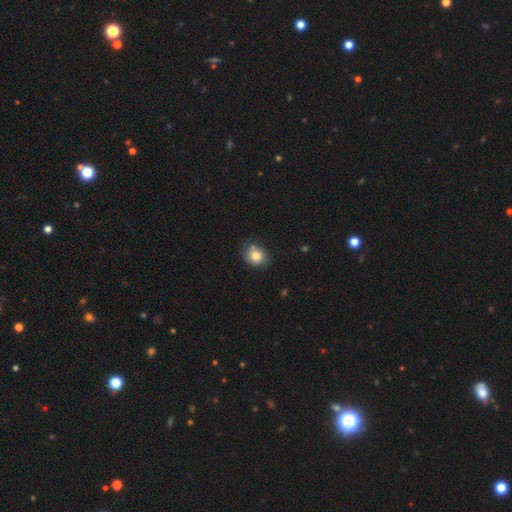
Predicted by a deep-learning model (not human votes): Smooth or featured?
  - smooth: 79% *
  - featured or disk: 12%
  - star or artifact: 9%
How rounded?
  - round: 53% *
  - in between: 46%
  - cigar-shaped: 1%
Merging?
  - none: 74% *
  - minor disturbance: 19%
  - merger: 4%
  - major disturbance: 3%